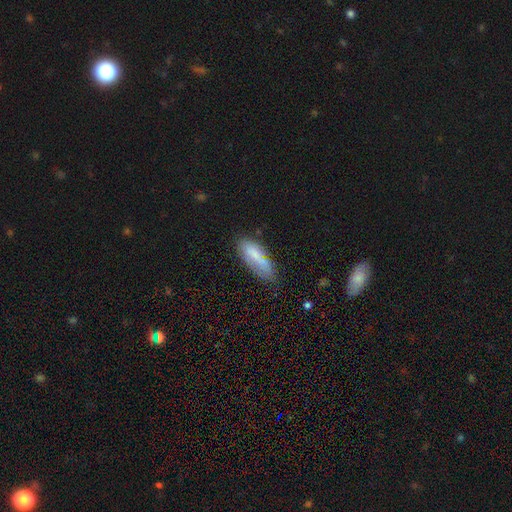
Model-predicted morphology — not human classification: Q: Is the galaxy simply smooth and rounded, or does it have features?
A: smooth — 72%.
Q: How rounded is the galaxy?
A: in between — 62%.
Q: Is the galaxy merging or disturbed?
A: none — 58%.